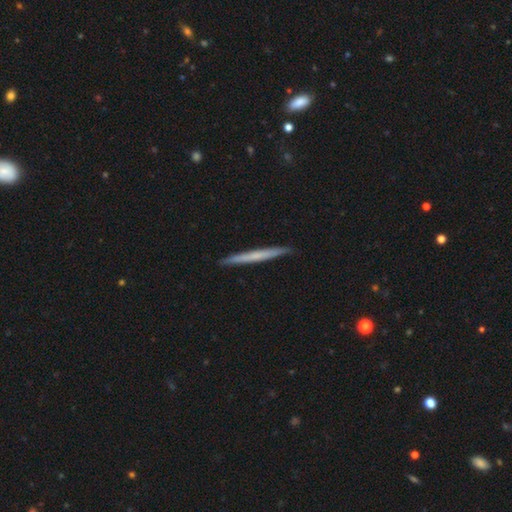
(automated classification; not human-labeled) smooth 49%, featured or disk 46%, star or artifact 5%. Down the decision tree: merging — none (92%).